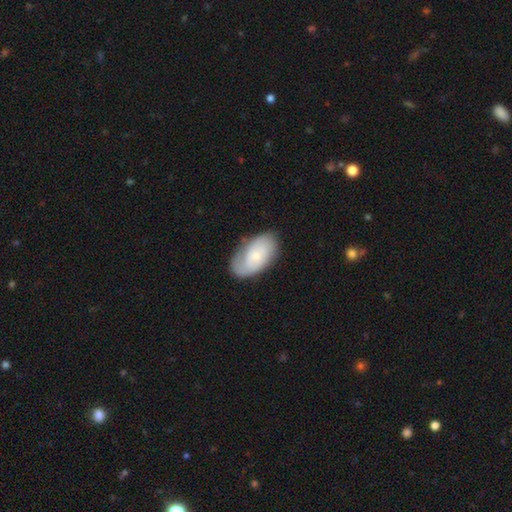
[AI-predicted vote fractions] smooth_or_featured: featured or disk (p=0.51) [alt: smooth p=0.44]
disk_edge_on: no (p=0.94) [alt: yes p=0.06]
merging: none (p=0.69) [alt: minor disturbance p=0.23]